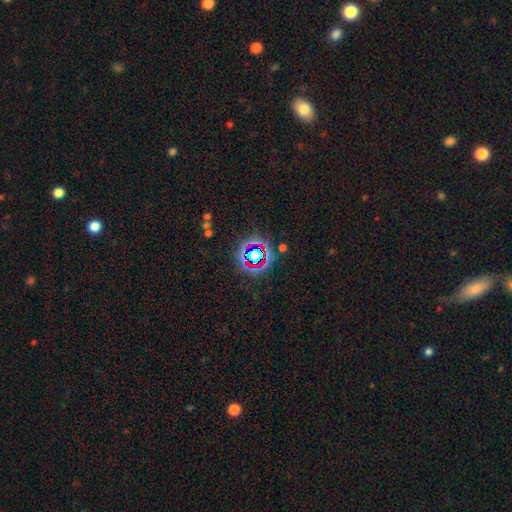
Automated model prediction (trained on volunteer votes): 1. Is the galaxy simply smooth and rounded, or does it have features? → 64% star or artifact, 23% smooth, 13% featured or disk.